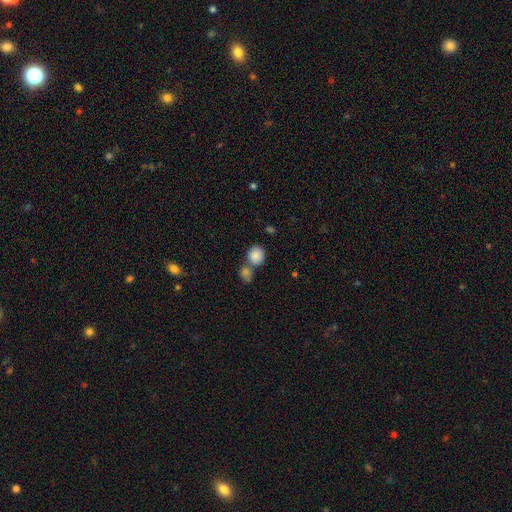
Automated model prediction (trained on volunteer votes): A smooth galaxy with no disk features (84%) that is round (81%). Merging: none (47%).